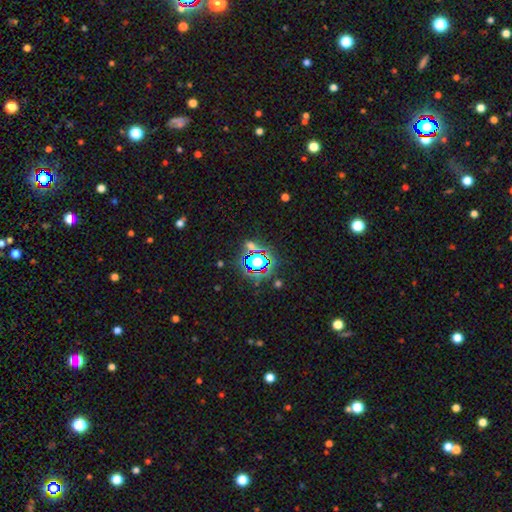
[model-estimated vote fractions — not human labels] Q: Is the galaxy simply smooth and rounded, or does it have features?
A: star or artifact — 76%.